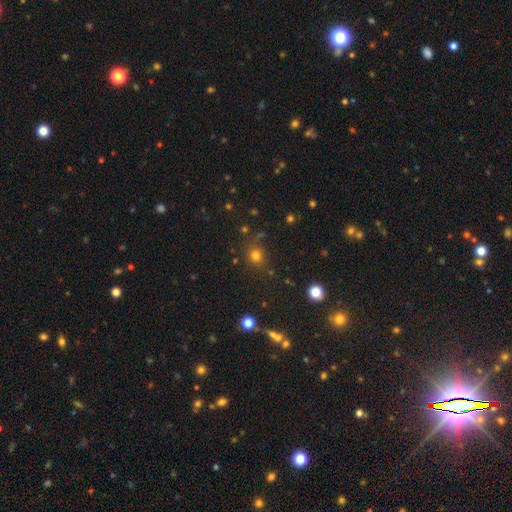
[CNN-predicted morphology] This is likely a smooth galaxy (74%). How rounded: clearly round (87%). Merging: likely none (79%).